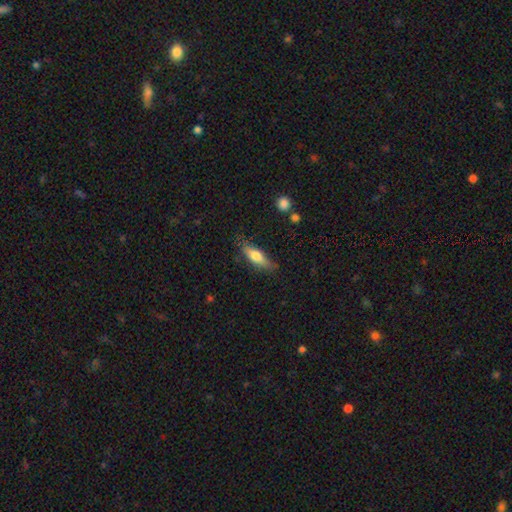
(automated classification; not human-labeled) Smooth or featured? smooth (64%)
How rounded? in between (50%)
Merging? none (75%)